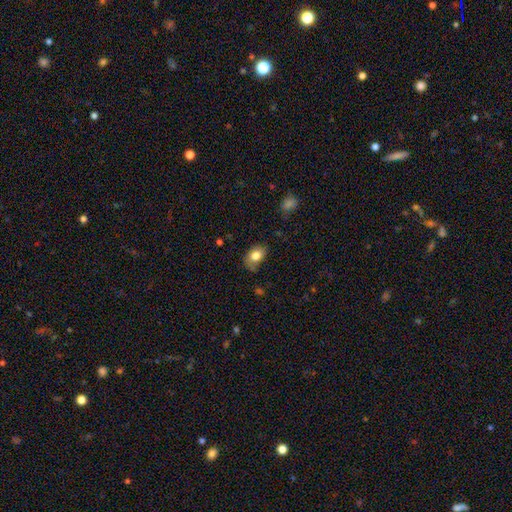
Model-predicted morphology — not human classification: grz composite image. It shows a smooth galaxy with no disk features (80%) that is in between round and cigar-shaped (76%). Merging: none (66%).